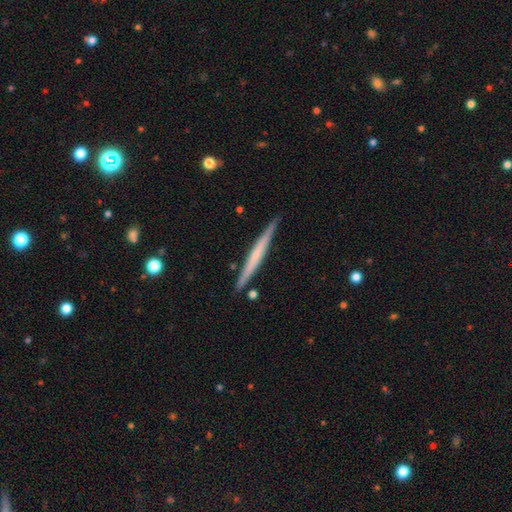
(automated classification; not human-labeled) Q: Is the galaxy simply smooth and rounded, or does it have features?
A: featured or disk — 55%.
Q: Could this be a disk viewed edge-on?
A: yes — 97%.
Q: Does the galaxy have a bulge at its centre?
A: none — 77%.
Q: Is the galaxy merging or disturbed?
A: none — 88%.